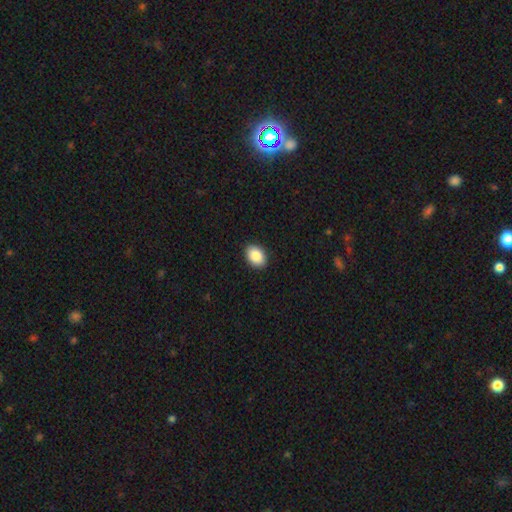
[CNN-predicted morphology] The model was most divided on "how rounded": in between: 82%, round: 17%, cigar-shaped: 1%. More confident: merging — none (91%); smooth or featured — smooth (88%).